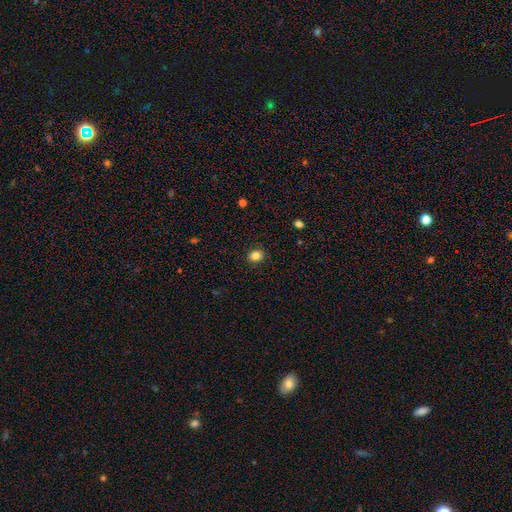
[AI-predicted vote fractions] smooth 83%, star or artifact 11%, featured or disk 6%. Down the decision tree: how rounded — round (66%); merging — none (90%).